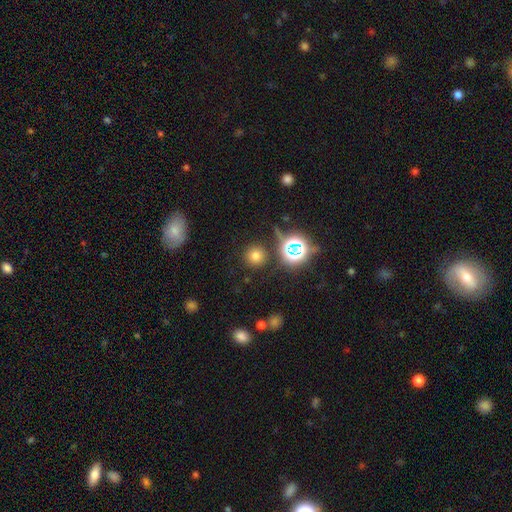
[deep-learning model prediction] The model was most divided on "smooth or featured": smooth: 69%, star or artifact: 24%, featured or disk: 8%. More confident: how rounded — round (94%); merging — none (86%).